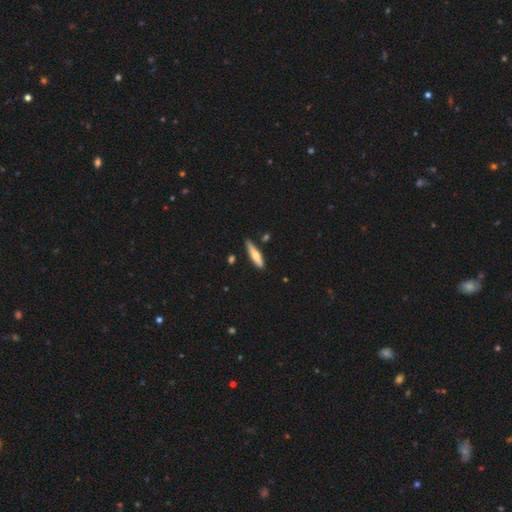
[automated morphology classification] Overall: smooth (59%; featured or disk 35%). How rounded: cigar-shaped (80%). Merging: none (80%).